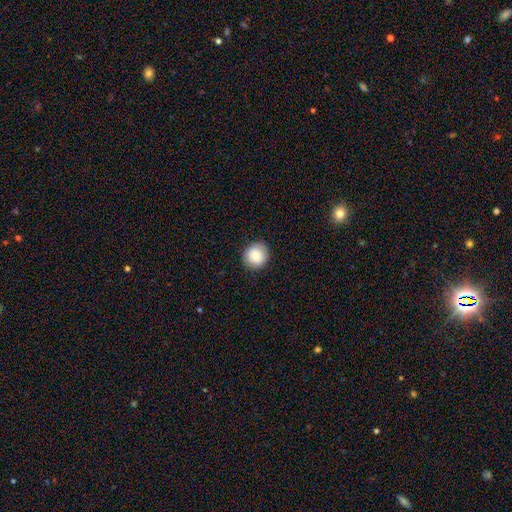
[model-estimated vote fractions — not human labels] This is clearly a smooth galaxy (82%). How rounded: clearly round (89%). Merging: clearly none (88%).